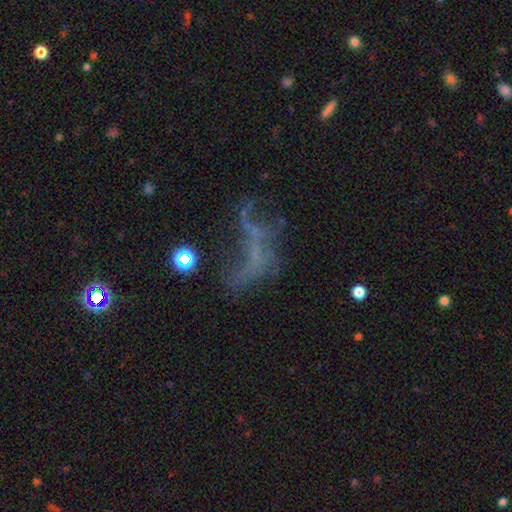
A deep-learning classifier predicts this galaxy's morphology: A featured or disk galaxy (49%). Merging: major disturbance (44%).